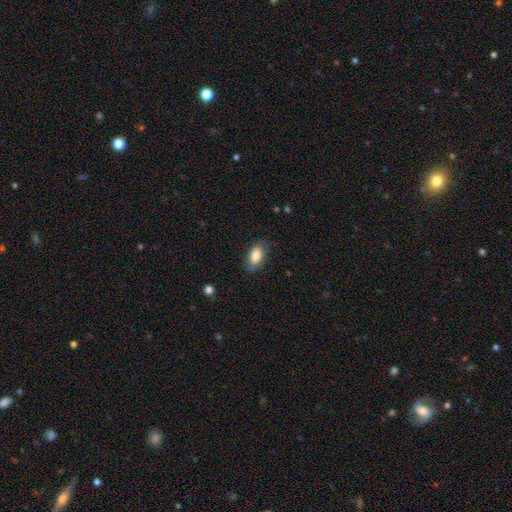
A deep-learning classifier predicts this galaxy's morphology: This is likely a smooth galaxy (79%). How rounded: clearly in between (89%). Merging: likely none (79%).